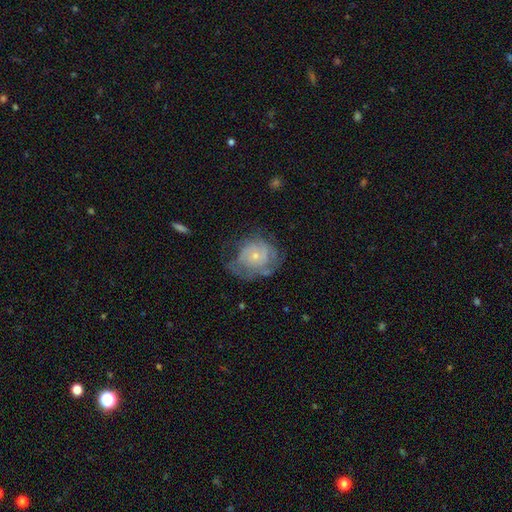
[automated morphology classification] smooth-or-featured: featured or disk: 61% | smooth: 31% | star or artifact: 8%
  disk-edge-on: no: 97% | yes: 3%
    bar: no: 84% | weak: 14% | strong: 2%
    has-spiral-arms: yes: 67% | no: 33%
    bulge-size: small: 71% | moderate: 24% | none: 2% | large: 2% | dominant: 1%
  merging: none: 48% | minor disturbance: 27% | major disturbance: 23% | merger: 2%